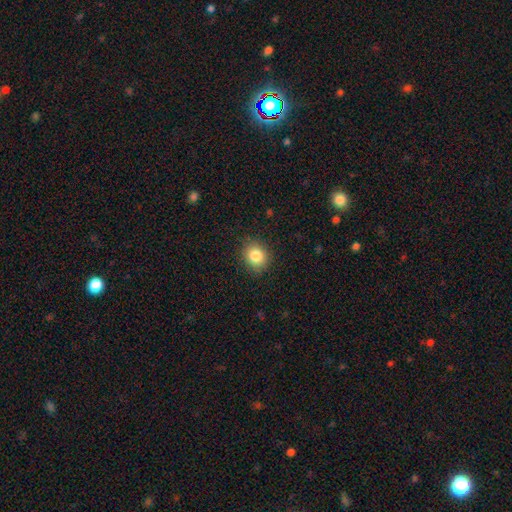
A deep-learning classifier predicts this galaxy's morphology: Smooth or featured: smooth — 84% (star or artifact — 10%)
How rounded: round — 77% (in between — 22%)
Merging: none — 88% (minor disturbance — 9%)